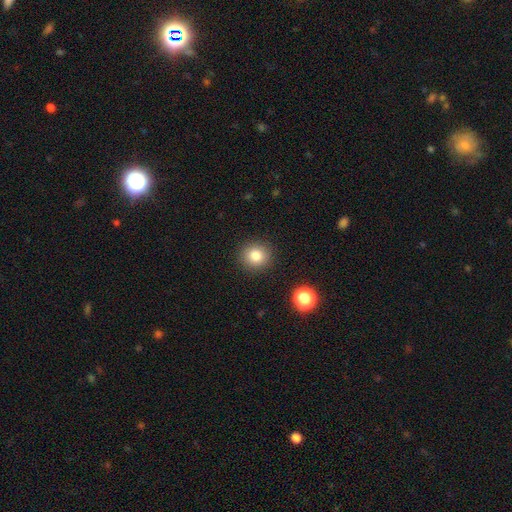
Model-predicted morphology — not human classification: This is clearly a smooth galaxy (82%). How rounded: clearly round (88%). Merging: clearly none (90%).